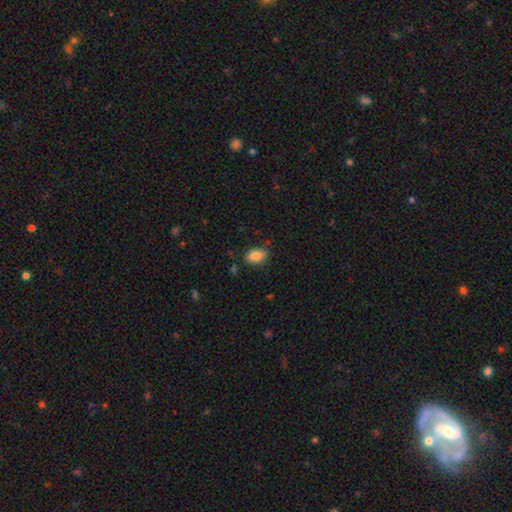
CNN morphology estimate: smooth_or_featured: smooth (p=0.86) [alt: star or artifact p=0.08]
how_rounded: in between (p=0.86) [alt: round p=0.13]
merging: none (p=0.82) [alt: minor disturbance p=0.13]